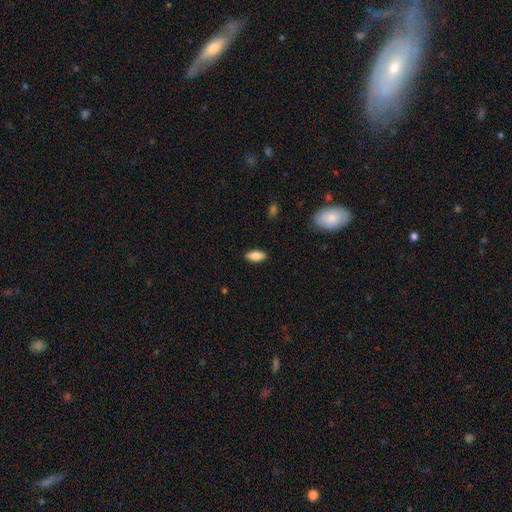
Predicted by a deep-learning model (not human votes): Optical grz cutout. It shows a smooth galaxy with no disk features (80%) that is in between round and cigar-shaped (87%). Merging: none (88%).